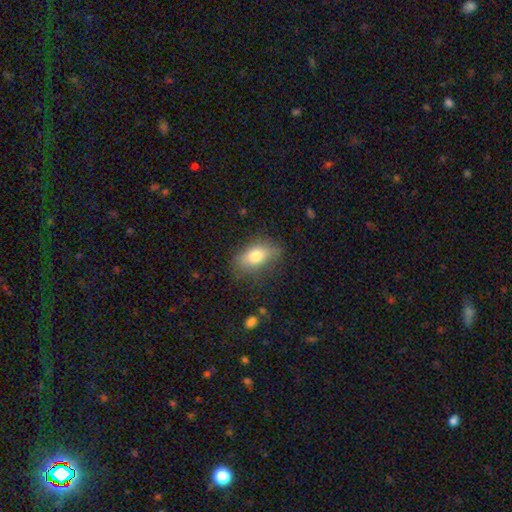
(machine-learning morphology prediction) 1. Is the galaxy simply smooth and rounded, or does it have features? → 76% smooth, 16% featured or disk, 8% star or artifact.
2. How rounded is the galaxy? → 85% in between, 8% round, 7% cigar-shaped.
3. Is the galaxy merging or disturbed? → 74% none, 18% minor disturbance, 6% major disturbance, 2% merger.